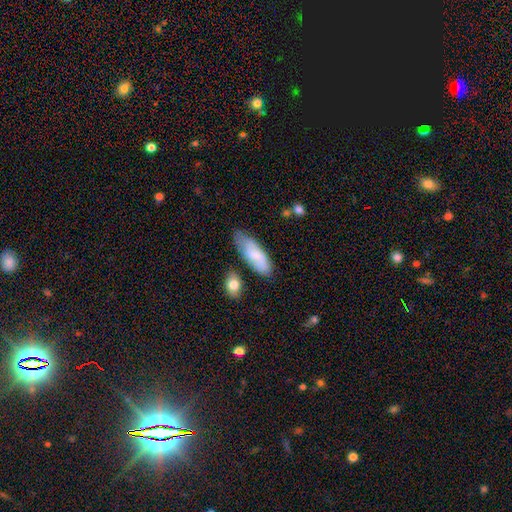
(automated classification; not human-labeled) Smooth or featured?
  - smooth: 76% *
  - featured or disk: 18%
  - star or artifact: 6%
How rounded?
  - in between: 67% *
  - cigar-shaped: 31%
  - round: 2%
Merging?
  - none: 65% *
  - minor disturbance: 24%
  - merger: 6%
  - major disturbance: 5%